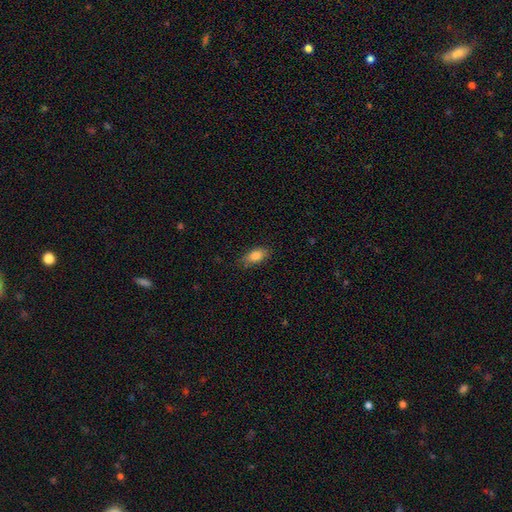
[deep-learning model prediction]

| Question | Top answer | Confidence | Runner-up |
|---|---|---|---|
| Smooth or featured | smooth | 82% | featured or disk (10%) |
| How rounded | in between | 86% | round (7%) |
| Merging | none | 77% | minor disturbance (19%) |